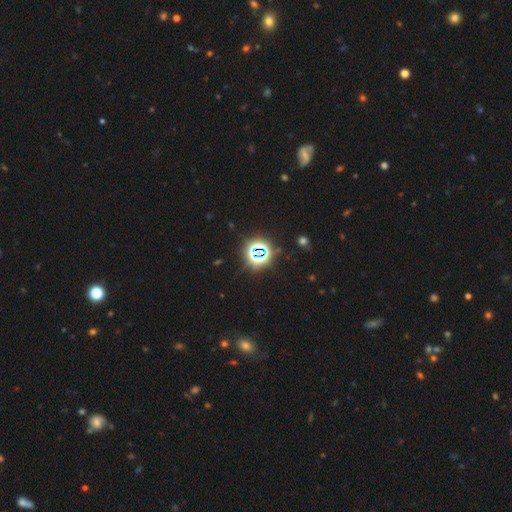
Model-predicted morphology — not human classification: star or artifact 76%, smooth 15%, featured or disk 9%.